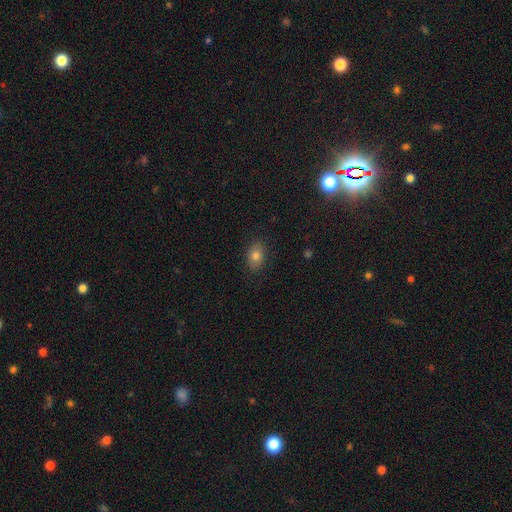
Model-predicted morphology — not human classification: smooth 79%, featured or disk 11%, star or artifact 11%. Down the decision tree: how rounded — in between (83%); merging — none (87%).